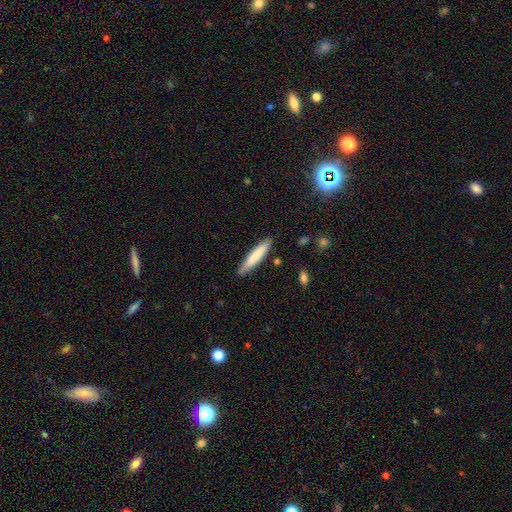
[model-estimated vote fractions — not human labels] The model was most divided on "smooth or featured": smooth: 76%, featured or disk: 19%, star or artifact: 6%. More confident: how rounded — cigar-shaped (90%); merging — none (85%).